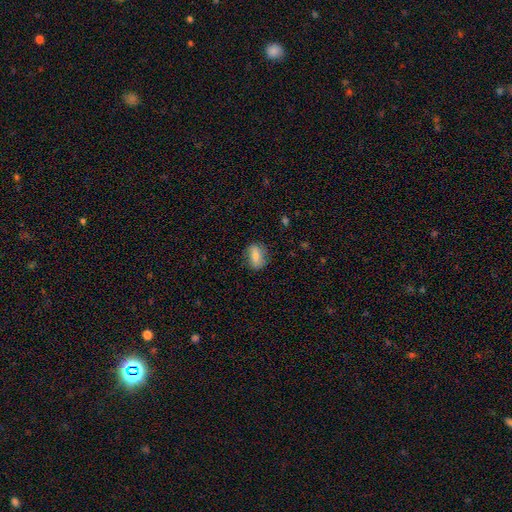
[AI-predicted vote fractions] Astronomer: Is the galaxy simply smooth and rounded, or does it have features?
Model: smooth — 75%.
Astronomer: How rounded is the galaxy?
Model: in between — 80%.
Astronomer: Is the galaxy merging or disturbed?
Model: none — 76%.